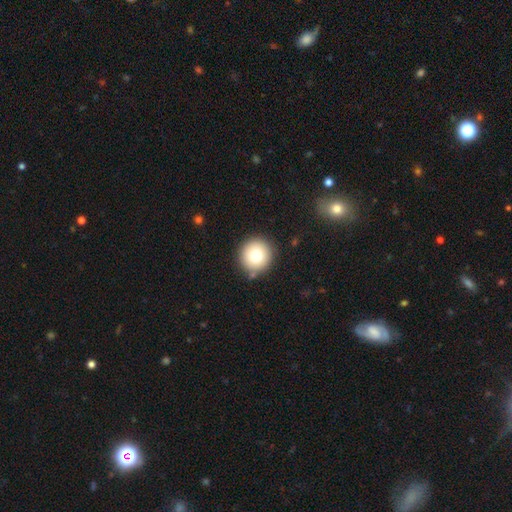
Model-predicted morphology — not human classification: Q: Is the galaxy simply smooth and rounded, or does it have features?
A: smooth — 76%.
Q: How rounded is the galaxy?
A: round — 95%.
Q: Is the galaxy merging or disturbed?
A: none — 86%.